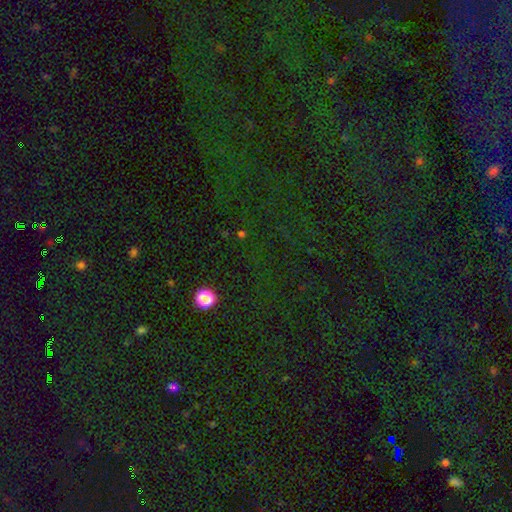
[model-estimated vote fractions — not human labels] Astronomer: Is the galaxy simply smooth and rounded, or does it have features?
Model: star or artifact — 79%.